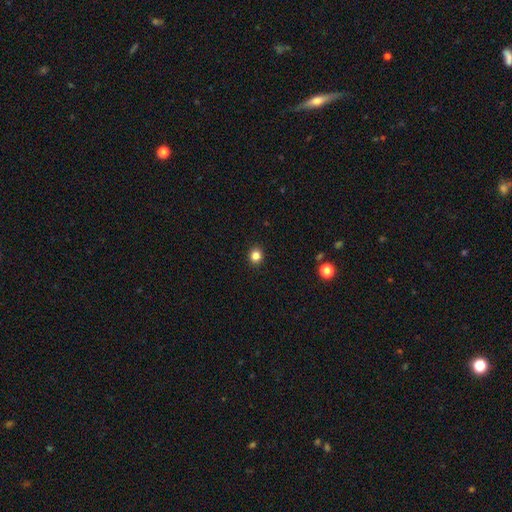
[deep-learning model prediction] The model was most divided on "how rounded": round: 83%, in between: 16%, cigar-shaped: 1%. More confident: merging — none (92%); smooth or featured — smooth (83%).